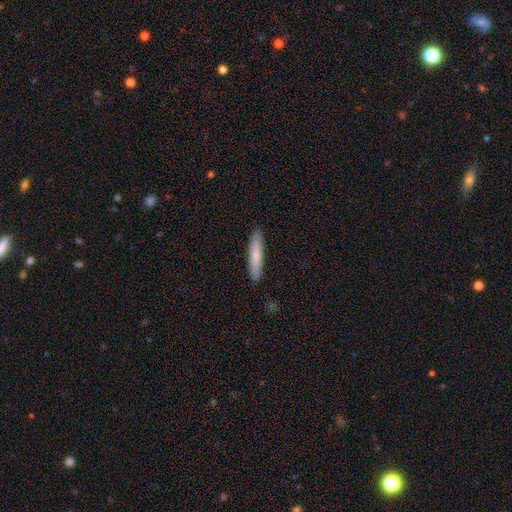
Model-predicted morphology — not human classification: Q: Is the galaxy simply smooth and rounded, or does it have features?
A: smooth — 78%.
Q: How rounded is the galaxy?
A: cigar-shaped — 90%.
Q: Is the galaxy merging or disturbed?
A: none — 90%.